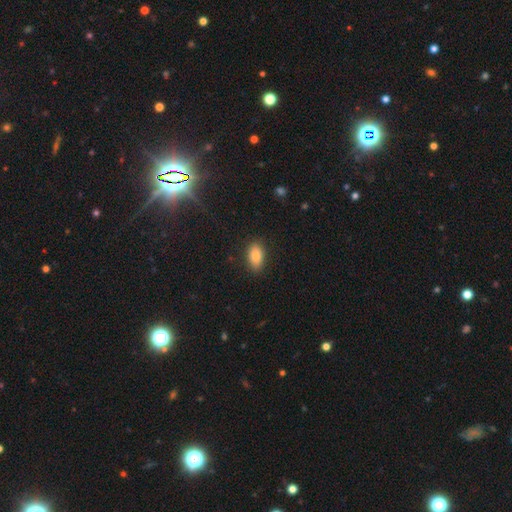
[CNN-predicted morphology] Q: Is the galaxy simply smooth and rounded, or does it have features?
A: smooth — 86%.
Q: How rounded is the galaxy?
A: in between — 91%.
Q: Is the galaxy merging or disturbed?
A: none — 85%.